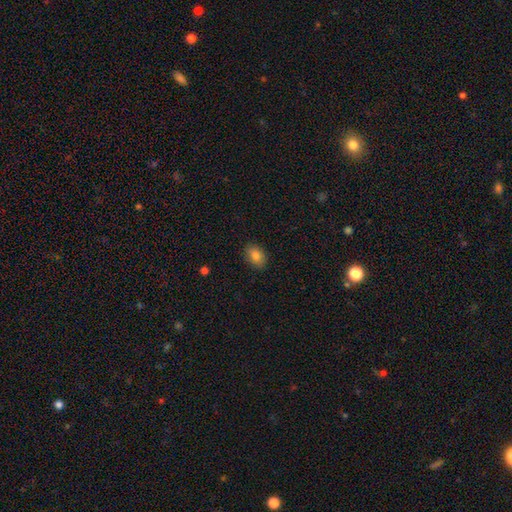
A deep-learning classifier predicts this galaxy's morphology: A smooth galaxy with no disk features (83%) that is in between round and cigar-shaped (82%).

Vote fractions:
- Smooth or featured? smooth: 83% / star or artifact: 9% / featured or disk: 8%
- How rounded? in between: 82% / round: 17% / cigar-shaped: 1%
- Merging? none: 88% / minor disturbance: 9% / major disturbance: 2% / merger: 1%